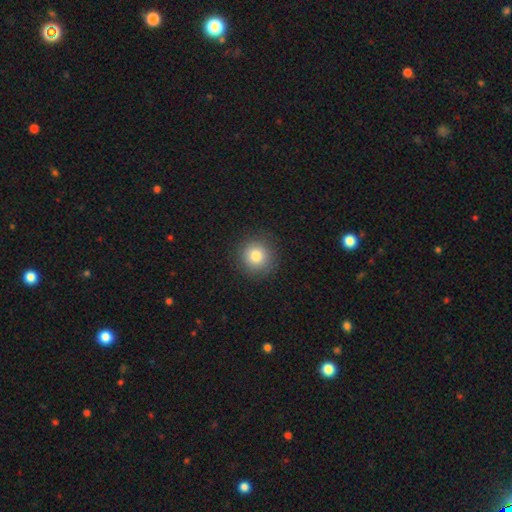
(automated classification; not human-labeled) A smooth galaxy with no disk features (81%) that is round (93%).

Vote fractions:
- Smooth or featured? smooth: 81% / star or artifact: 11% / featured or disk: 8%
- How rounded? round: 93% / in between: 6% / cigar-shaped: 1%
- Merging? none: 90% / minor disturbance: 7% / major disturbance: 2% / merger: 1%